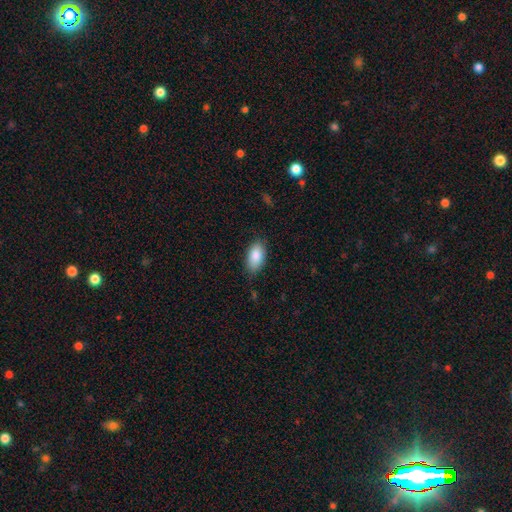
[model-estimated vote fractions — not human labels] A smooth galaxy with no disk features (88%) that is in between round and cigar-shaped (93%).

Vote fractions:
- Smooth or featured? smooth: 88% / star or artifact: 7% / featured or disk: 6%
- How rounded? in between: 93% / round: 4% / cigar-shaped: 3%
- Merging? none: 81% / minor disturbance: 15% / major disturbance: 3% / merger: 1%